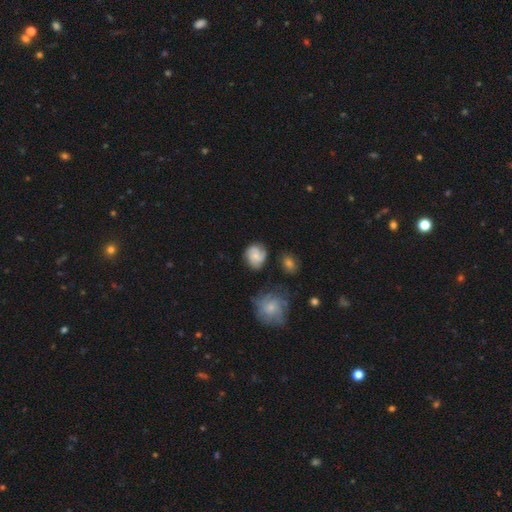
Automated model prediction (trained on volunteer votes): The model was most divided on "smooth or featured": featured or disk: 47%, smooth: 44%, star or artifact: 9%. More confident: merging — none (67%).